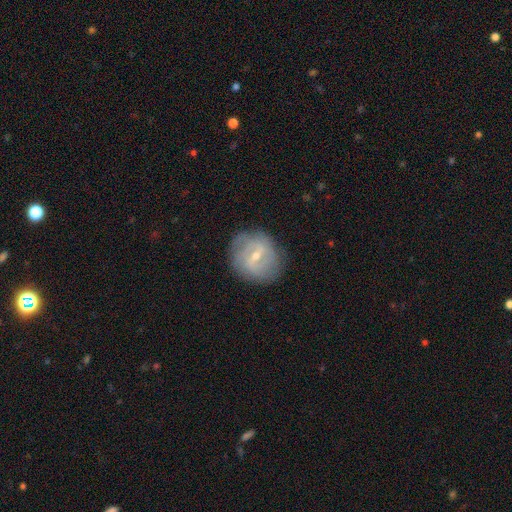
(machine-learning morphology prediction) A featured or disk galaxy (72%) with a weak bar (54%), 2 (51%) tight (42%) spiral arms (79%) and a small central bulge (61%).

Vote fractions:
- Smooth or featured? featured or disk: 72% / smooth: 20% / star or artifact: 8%
- Edge-on disk? no: 96% / yes: 4%
- Bar? weak: 54% / strong: 30% / no: 16%
- Spiral arms? yes: 79% / no: 21%
- Spiral winding? tight: 42% / medium: 38% / loose: 20%
- Spiral arm count? 2: 51% / can't tell: 32% / 3: 8% / 4: 4% / 1: 3% / more than 4: 3%
- Bulge size? small: 61% / moderate: 35% / none: 2% / large: 1% / dominant: 1%
- Merging? none: 81% / minor disturbance: 13% / major disturbance: 5% / merger: 1%